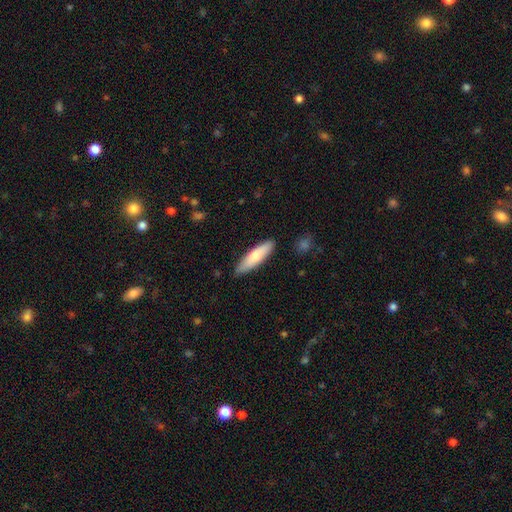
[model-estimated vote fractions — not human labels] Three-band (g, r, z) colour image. It shows a smooth galaxy with no disk features (74%) that is cigar-shaped (69%). Merging: none (86%).